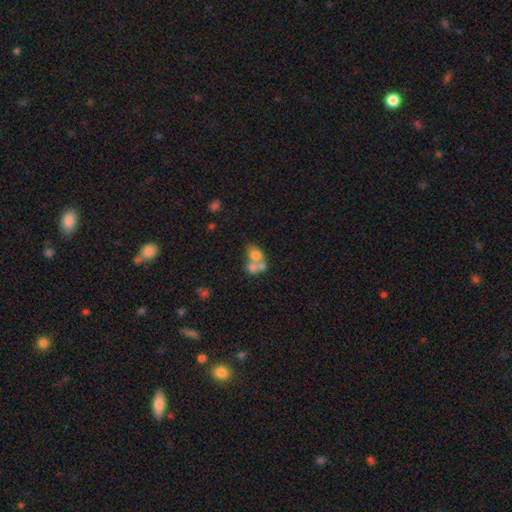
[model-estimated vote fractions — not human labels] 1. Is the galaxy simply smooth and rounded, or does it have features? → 62% smooth, 26% featured or disk, 12% star or artifact.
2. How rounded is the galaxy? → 52% in between, 46% round, 2% cigar-shaped.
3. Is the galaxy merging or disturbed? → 66% merger, 21% none, 7% minor disturbance, 6% major disturbance.